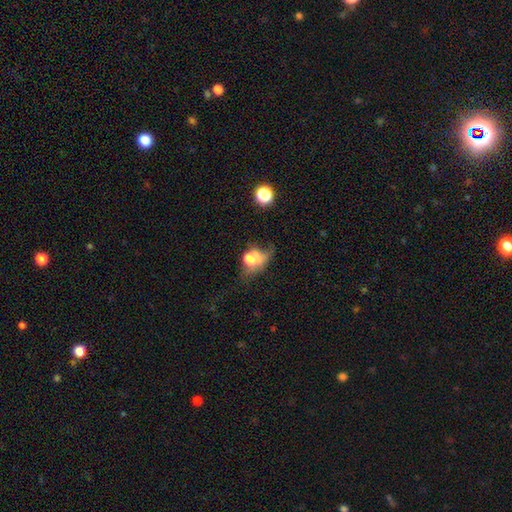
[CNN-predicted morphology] Smooth or featured? Predicted: smooth (p=0.58). How rounded? Predicted: in between (p=0.50). Merging? Predicted: major disturbance (p=0.36).